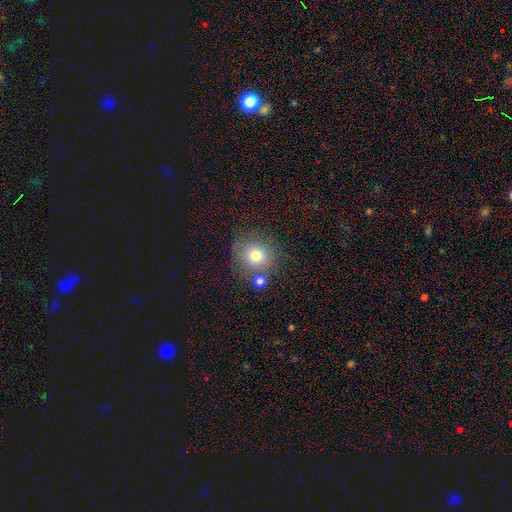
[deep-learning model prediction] Smooth or featured?
  - smooth: 75% *
  - star or artifact: 13%
  - featured or disk: 12%
How rounded?
  - round: 90% *
  - in between: 10%
  - cigar-shaped: 1%
Merging?
  - none: 72% *
  - merger: 13%
  - minor disturbance: 10%
  - major disturbance: 4%